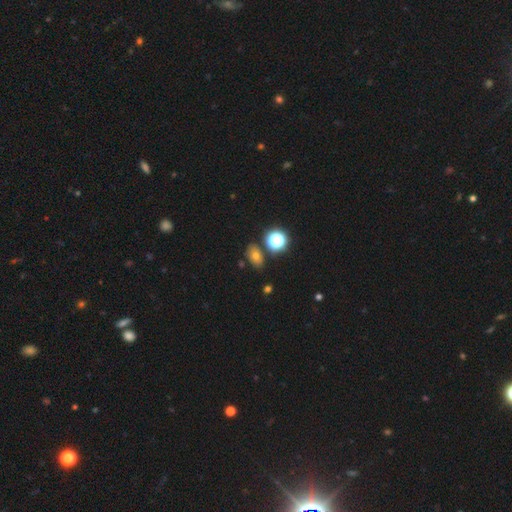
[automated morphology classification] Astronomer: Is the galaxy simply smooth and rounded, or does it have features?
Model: smooth — 62%.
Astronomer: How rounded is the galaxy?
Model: in between — 75%.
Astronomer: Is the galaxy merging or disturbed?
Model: none — 79%.